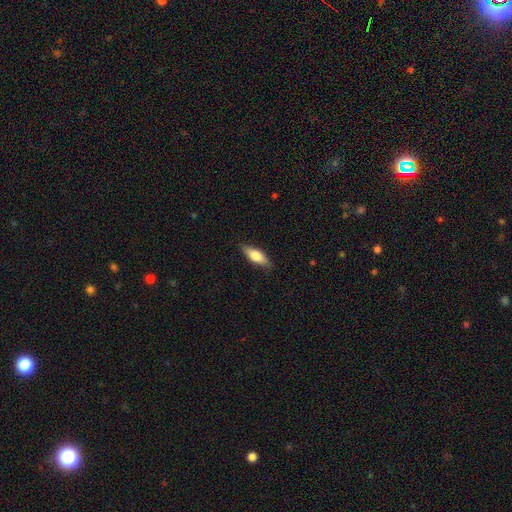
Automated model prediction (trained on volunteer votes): Smooth or featured: smooth — 71% (featured or disk — 22%)
How rounded: in between — 70% (cigar-shaped — 28%)
Merging: none — 84% (minor disturbance — 13%)